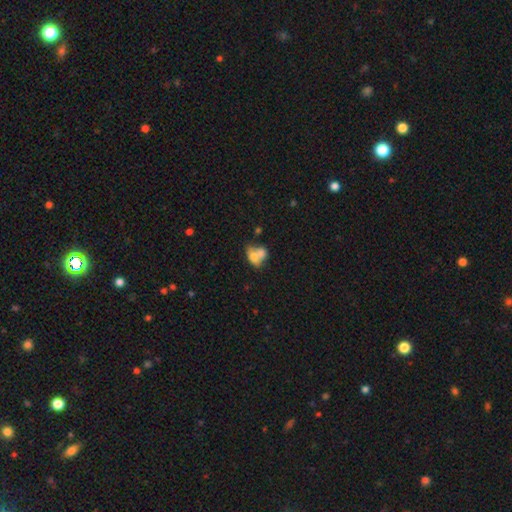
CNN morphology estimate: Smooth or featured? smooth (68%)
How rounded? in between (68%)
Merging? merger (65%)